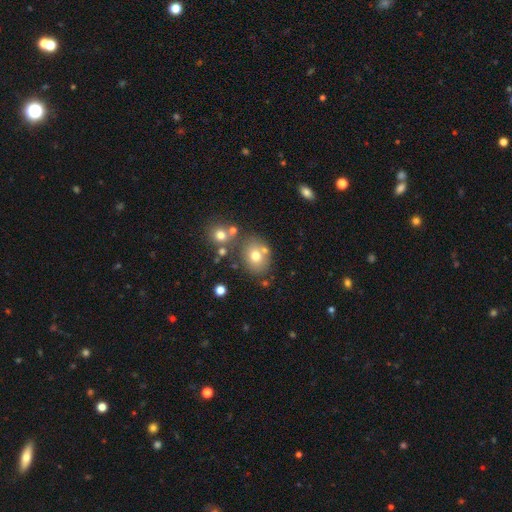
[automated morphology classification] smooth 70%, featured or disk 17%, star or artifact 13%. Down the decision tree: how rounded — round (58%); merging — none (66%).